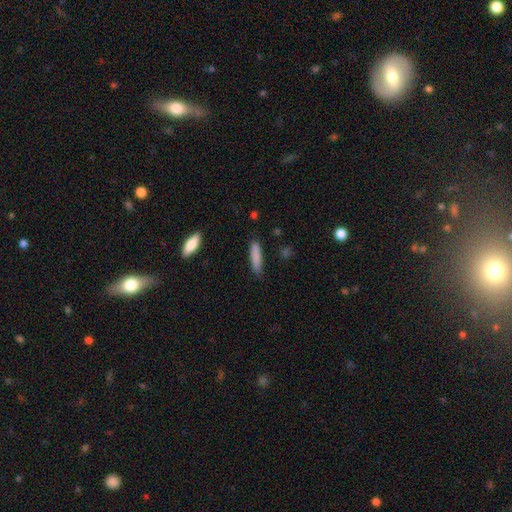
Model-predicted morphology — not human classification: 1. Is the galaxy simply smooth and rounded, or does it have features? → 85% smooth, 8% featured or disk, 6% star or artifact.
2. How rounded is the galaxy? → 77% cigar-shaped, 21% in between, 1% round.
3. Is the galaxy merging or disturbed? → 85% none, 11% minor disturbance, 2% major disturbance, 2% merger.